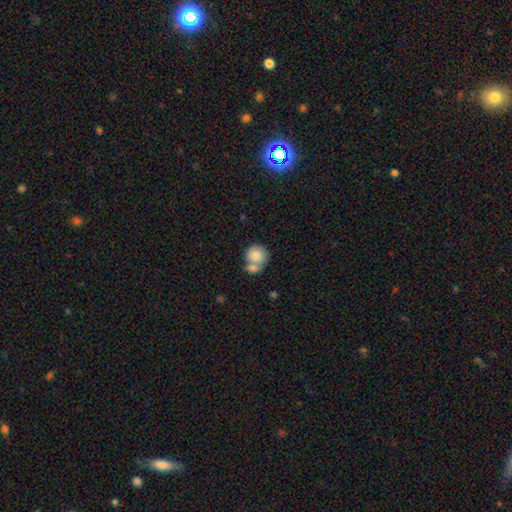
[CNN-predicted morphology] A smooth galaxy with no disk features (81%) that is round (85%).

Vote fractions:
- Smooth or featured? smooth: 81% / featured or disk: 12% / star or artifact: 7%
- How rounded? round: 85% / in between: 14% / cigar-shaped: 1%
- Merging? merger: 47% / none: 39% / minor disturbance: 10% / major disturbance: 4%